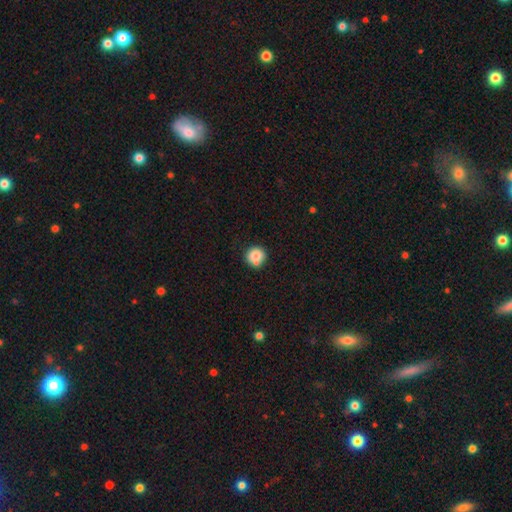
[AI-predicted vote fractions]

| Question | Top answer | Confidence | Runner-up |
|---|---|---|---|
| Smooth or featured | smooth | 82% | star or artifact (10%) |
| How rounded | round | 92% | in between (7%) |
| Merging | none | 71% | minor disturbance (14%) |